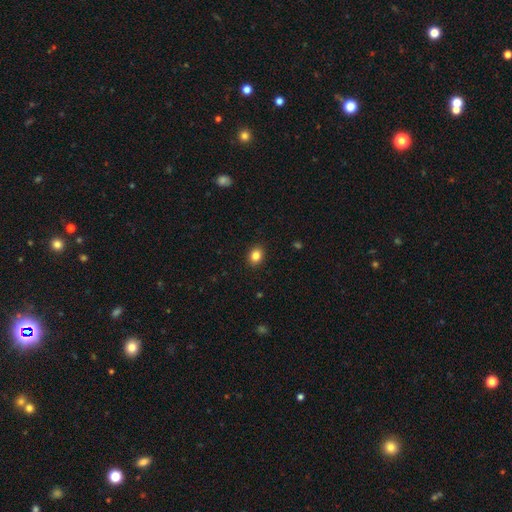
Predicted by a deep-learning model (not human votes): A smooth galaxy with no disk features (84%) that is in between round and cigar-shaped (51%). Merging: none (90%).